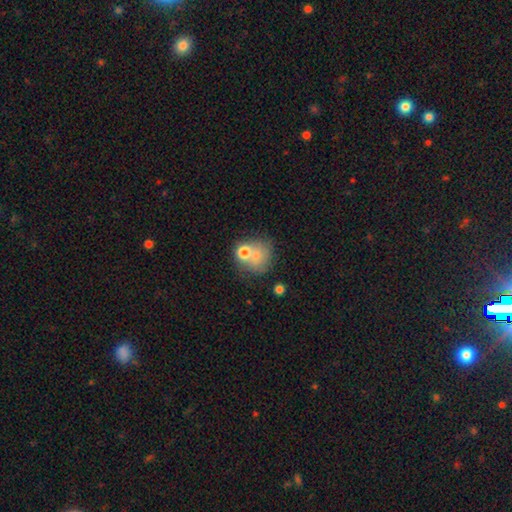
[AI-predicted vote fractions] A smooth galaxy with no disk features (70%) that is round (75%). Merging: none (40%).